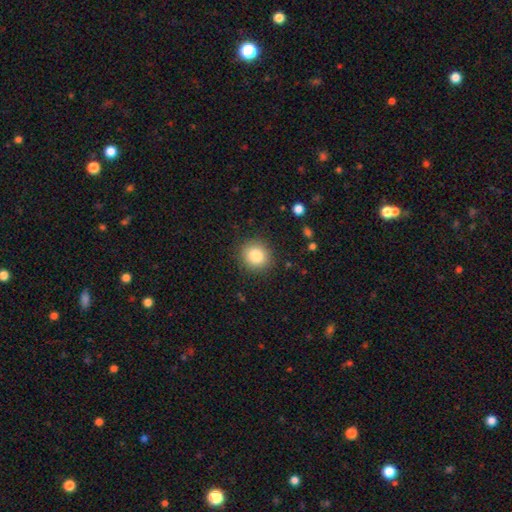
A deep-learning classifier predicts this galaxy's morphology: smooth-or-featured: smooth: 82% | star or artifact: 10% | featured or disk: 7%
  how-rounded: round: 89% | in between: 10% | cigar-shaped: 1%
  merging: none: 89% | minor disturbance: 7% | major disturbance: 3% | merger: 1%